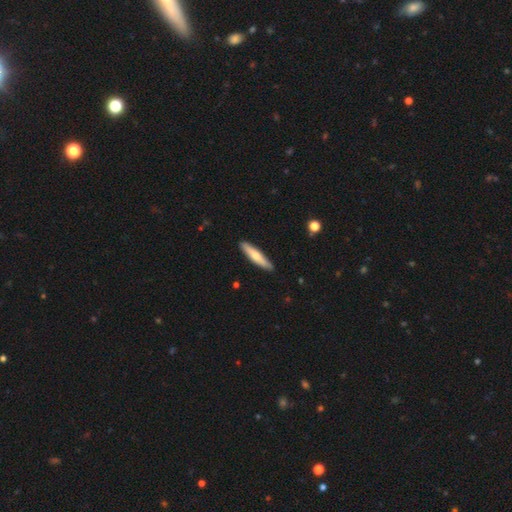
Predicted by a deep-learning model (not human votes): Overall: smooth (59%; featured or disk 36%). How rounded: cigar-shaped (87%). Merging: none (90%).